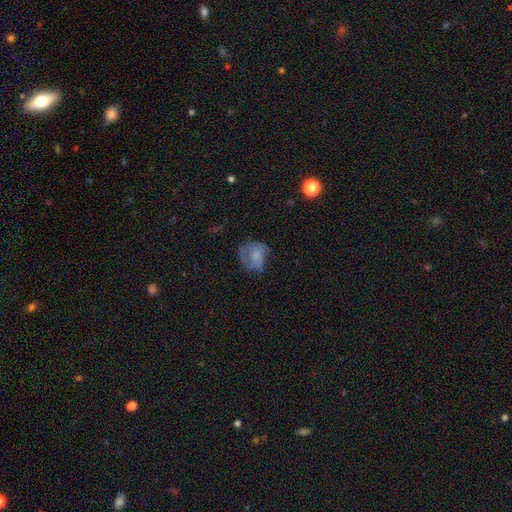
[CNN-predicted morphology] A smooth galaxy with no disk features (53%) that is round (63%). Merging: none (46%).